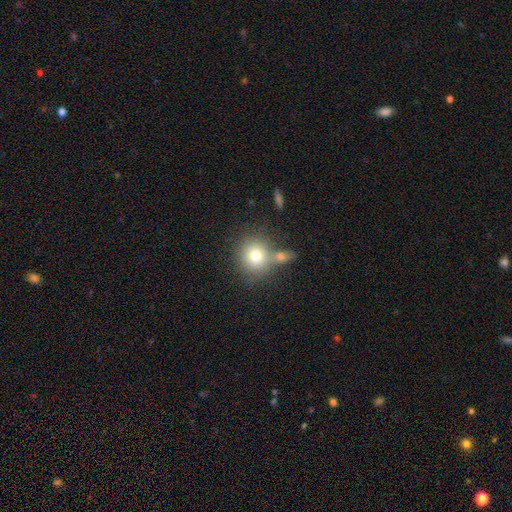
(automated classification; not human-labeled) smooth_or_featured: smooth (p=0.78) [alt: featured or disk p=0.12]
how_rounded: round (p=0.86) [alt: in between p=0.13]
merging: none (p=0.56) [alt: merger p=0.28]